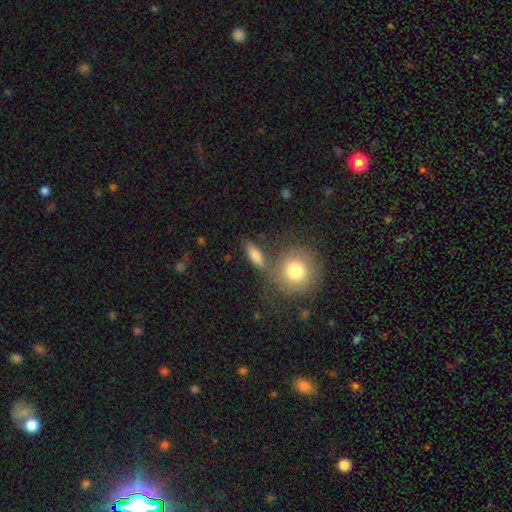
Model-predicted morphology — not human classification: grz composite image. It shows a smooth galaxy with no disk features (76%) that is in between round and cigar-shaped (52%). Merging: none (61%).